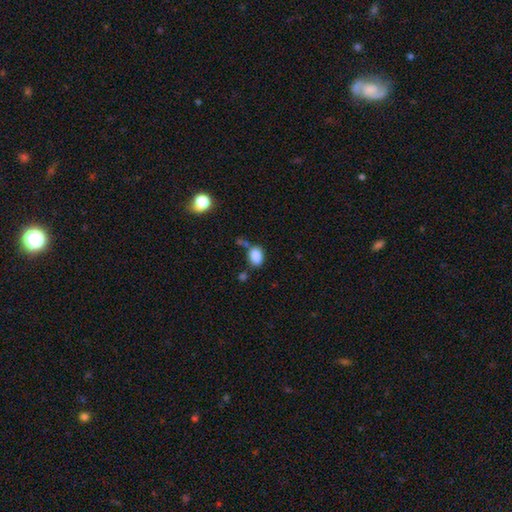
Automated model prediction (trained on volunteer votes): A smooth galaxy with no disk features (85%) that is in between round and cigar-shaped (76%).

Vote fractions:
- Smooth or featured? smooth: 85% / star or artifact: 9% / featured or disk: 5%
- How rounded? in between: 76% / round: 23% / cigar-shaped: 1%
- Merging? none: 64% / minor disturbance: 18% / merger: 12% / major disturbance: 6%